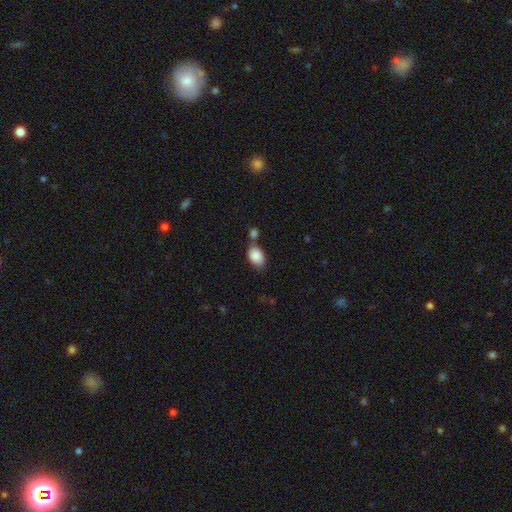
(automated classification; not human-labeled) Q: Smooth or featured?
A: smooth (87%); runner-up: star or artifact (7%)
Q: How rounded?
A: in between (85%); runner-up: round (13%)
Q: Merging?
A: none (47%); runner-up: merger (31%)